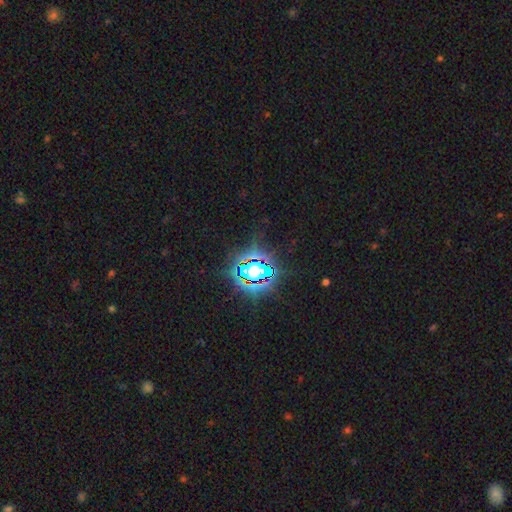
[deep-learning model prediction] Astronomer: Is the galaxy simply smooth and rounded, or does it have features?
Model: star or artifact — 77%.